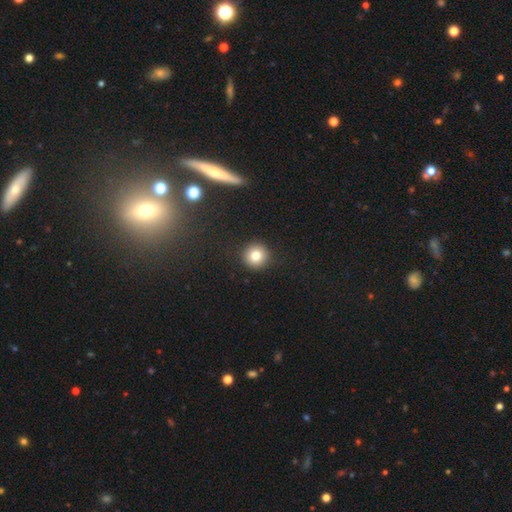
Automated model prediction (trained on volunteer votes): Smooth or featured? Predicted: smooth (p=0.80). How rounded? Predicted: round (p=0.95). Merging? Predicted: none (p=0.91).